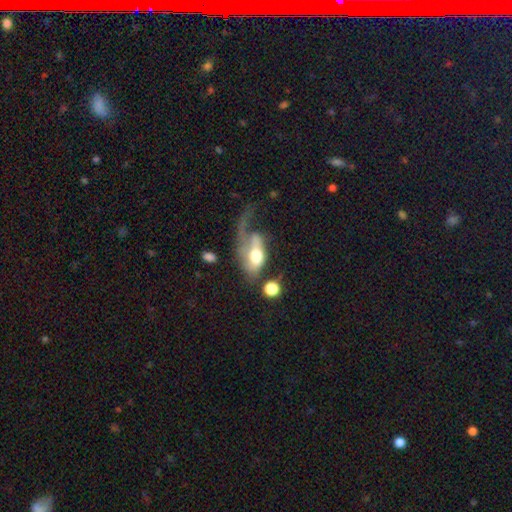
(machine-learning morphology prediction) A featured or disk galaxy (49%). Merging: major disturbance (56%).